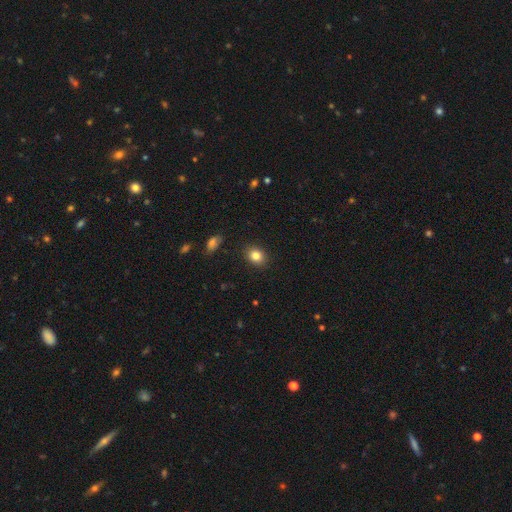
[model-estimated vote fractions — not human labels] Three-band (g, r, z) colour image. It shows a smooth galaxy with no disk features (84%) that is in between round and cigar-shaped (54%). Merging: none (88%).